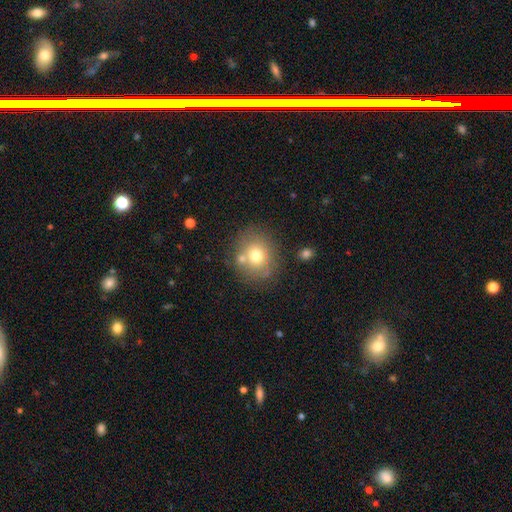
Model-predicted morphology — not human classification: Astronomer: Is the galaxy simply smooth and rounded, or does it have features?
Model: smooth — 70%.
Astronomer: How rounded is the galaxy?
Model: round — 74%.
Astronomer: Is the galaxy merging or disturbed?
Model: none — 67%.